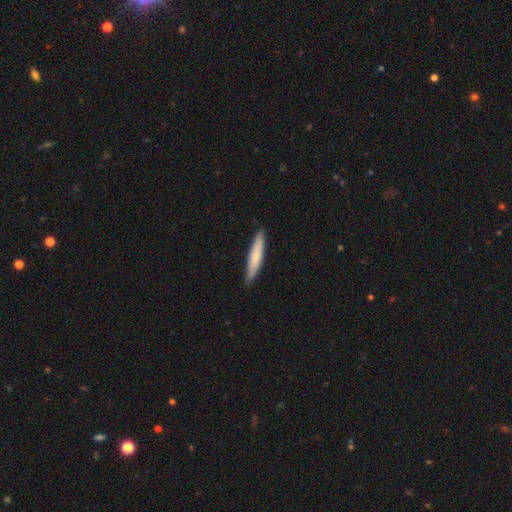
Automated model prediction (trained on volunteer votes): A smooth galaxy with no disk features (70%) that is cigar-shaped (92%).

Vote fractions:
- Smooth or featured? smooth: 70% / featured or disk: 25% / star or artifact: 5%
- How rounded? cigar-shaped: 92% / in between: 7% / round: 1%
- Merging? none: 88% / minor disturbance: 9% / major disturbance: 1% / merger: 1%